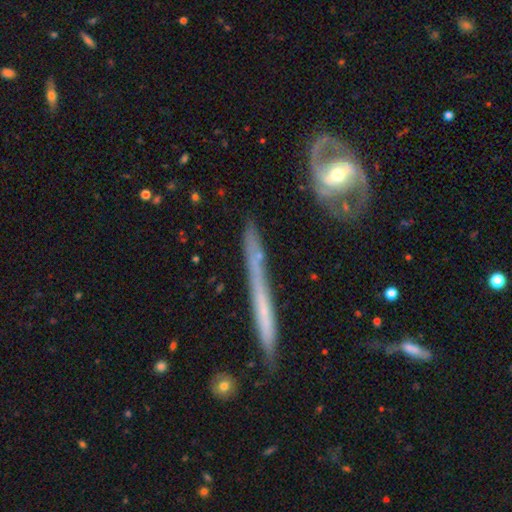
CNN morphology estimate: Q: Smooth or featured?
A: smooth (45%); runner-up: featured or disk (38%)
Q: Merging?
A: none (75%); runner-up: minor disturbance (14%)